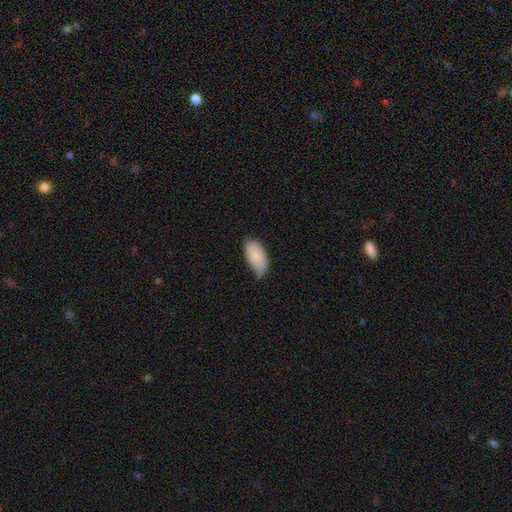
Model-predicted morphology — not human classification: smooth-or-featured: smooth: 85% | featured or disk: 9% | star or artifact: 6%
  how-rounded: in between: 95% | cigar-shaped: 3% | round: 2%
  merging: none: 48% | minor disturbance: 41% | major disturbance: 8% | merger: 3%